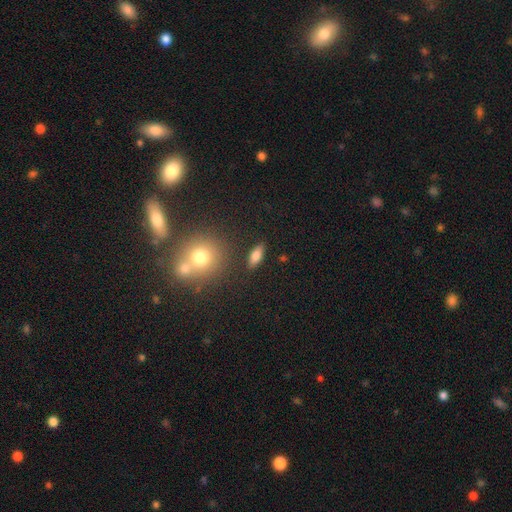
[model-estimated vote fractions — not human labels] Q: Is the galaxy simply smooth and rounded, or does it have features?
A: smooth — 77%.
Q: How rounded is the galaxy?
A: in between — 74%.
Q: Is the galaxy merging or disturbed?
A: none — 87%.